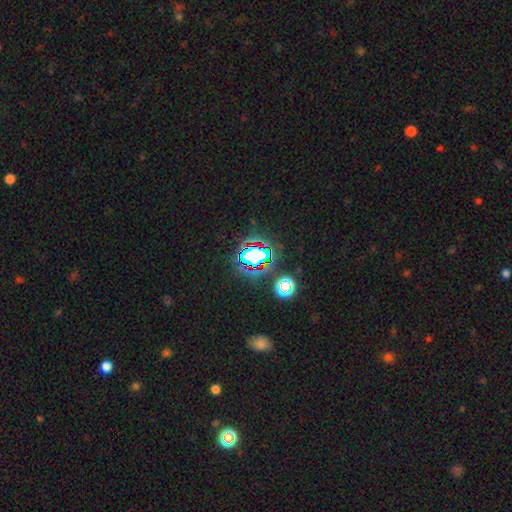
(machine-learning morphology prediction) A star or artifact, not a galaxy (65%).